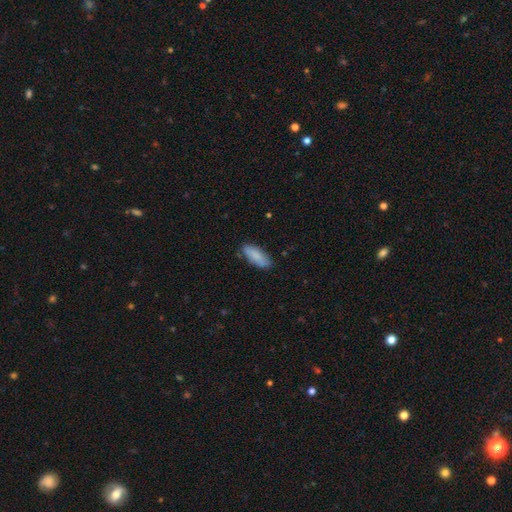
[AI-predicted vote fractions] Smooth or featured? Predicted: smooth (p=0.85). How rounded? Predicted: in between (p=0.73). Merging? Predicted: none (p=0.78).